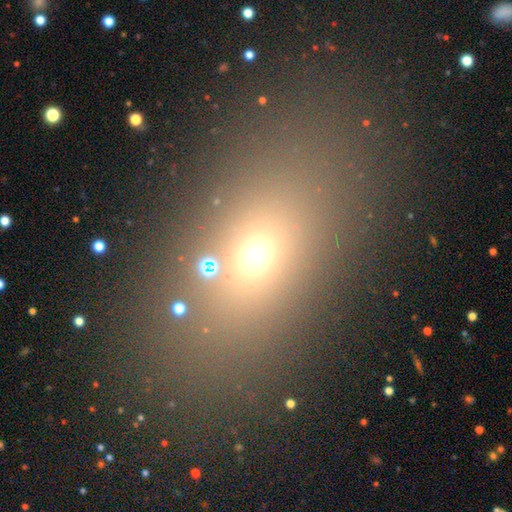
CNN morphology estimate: The model was most divided on "smooth or featured": smooth: 62%, star or artifact: 25%, featured or disk: 13%. More confident: merging — none (77%); how rounded — in between (76%).